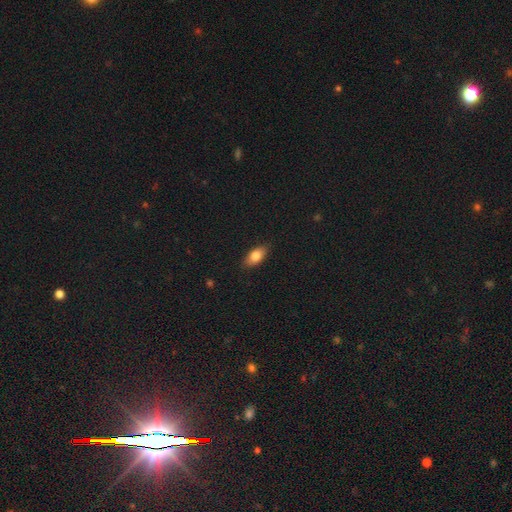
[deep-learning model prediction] smooth_or_featured: smooth (p=0.79) [alt: featured or disk p=0.14]
how_rounded: in between (p=0.87) [alt: cigar-shaped p=0.09]
merging: none (p=0.87) [alt: minor disturbance p=0.10]